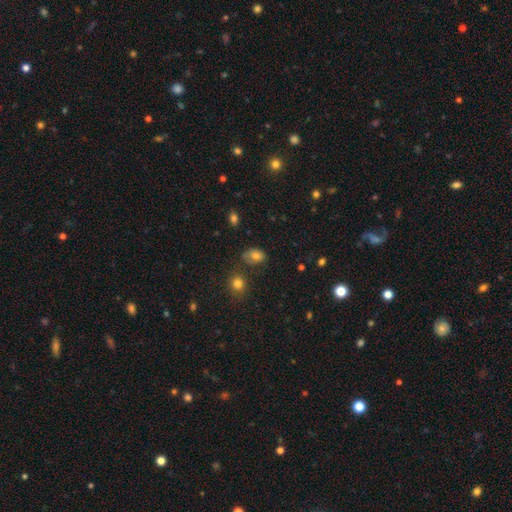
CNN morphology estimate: smooth 77%, featured or disk 11%, star or artifact 11%. Down the decision tree: how rounded — in between (79%); merging — none (64%).